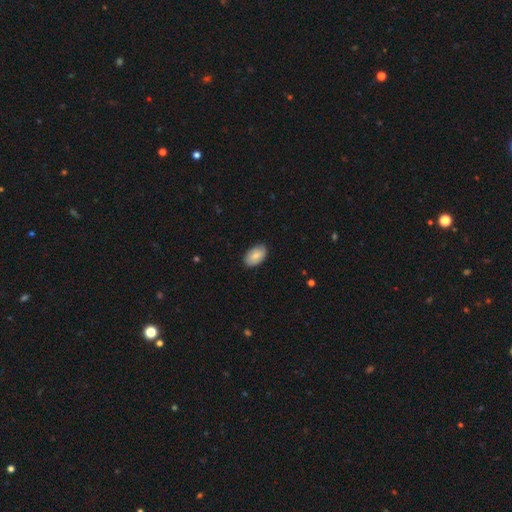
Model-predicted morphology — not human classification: Q: Smooth or featured?
A: smooth (80%); runner-up: featured or disk (13%)
Q: How rounded?
A: in between (93%); runner-up: round (6%)
Q: Merging?
A: none (86%); runner-up: minor disturbance (11%)